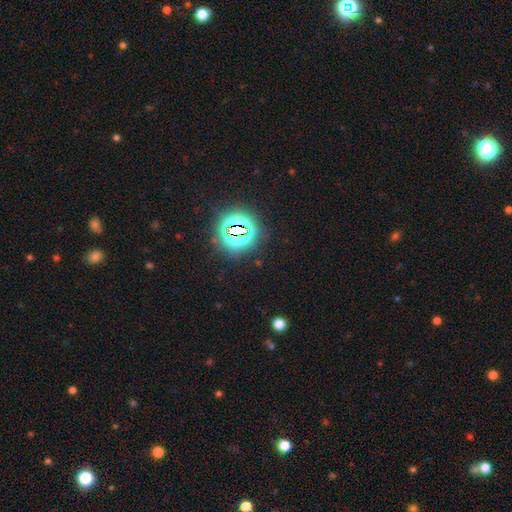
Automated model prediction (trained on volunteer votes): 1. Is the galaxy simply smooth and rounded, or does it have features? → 79% star or artifact, 14% smooth, 7% featured or disk.